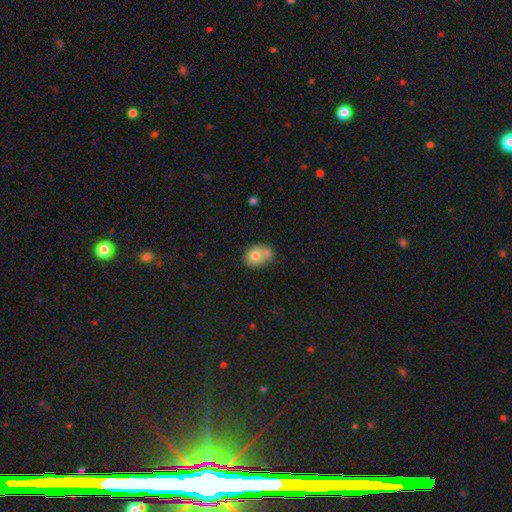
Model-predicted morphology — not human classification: Q: Smooth or featured?
A: smooth (74%); runner-up: featured or disk (17%)
Q: How rounded?
A: round (50%); runner-up: in between (49%)
Q: Merging?
A: merger (43%); runner-up: none (36%)